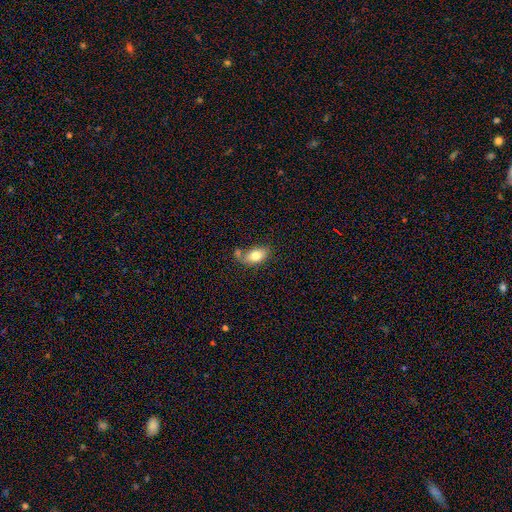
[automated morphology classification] A smooth galaxy with no disk features (79%) that is in between round and cigar-shaped (89%).

Vote fractions:
- Smooth or featured? smooth: 79% / featured or disk: 14% / star or artifact: 8%
- How rounded? in between: 89% / round: 8% / cigar-shaped: 3%
- Merging? none: 51% / merger: 21% / minor disturbance: 20% / major disturbance: 8%